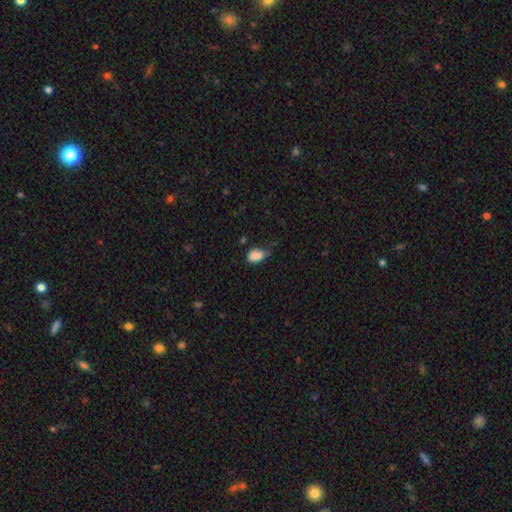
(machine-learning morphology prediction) smooth 82%, star or artifact 9%, featured or disk 9%. Down the decision tree: how rounded — in between (83%); merging — minor disturbance (41%).